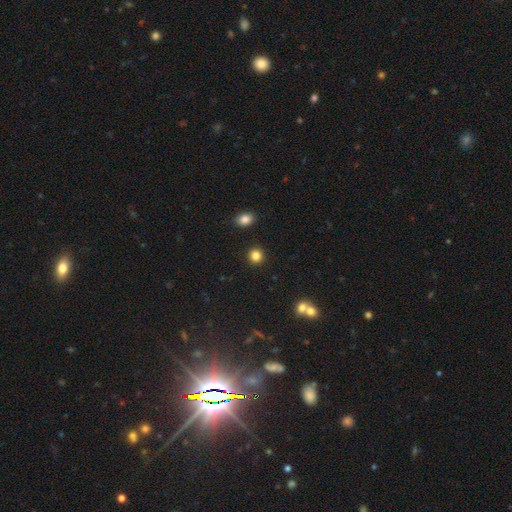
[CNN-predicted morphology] This is clearly a smooth galaxy (85%). How rounded: clearly round (90%). Merging: clearly none (91%).